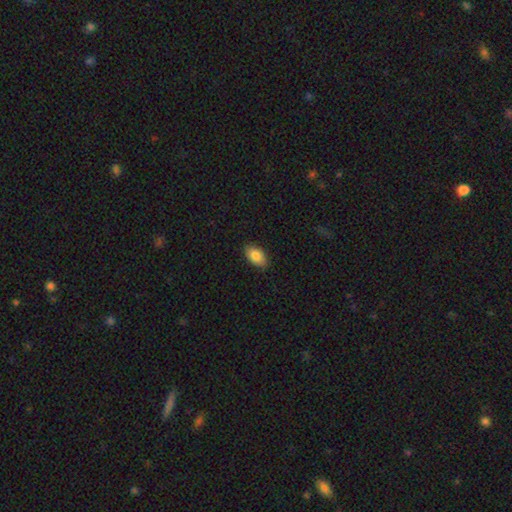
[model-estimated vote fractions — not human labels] A smooth galaxy with no disk features (85%) that is in between round and cigar-shaped (93%). Merging: none (87%).